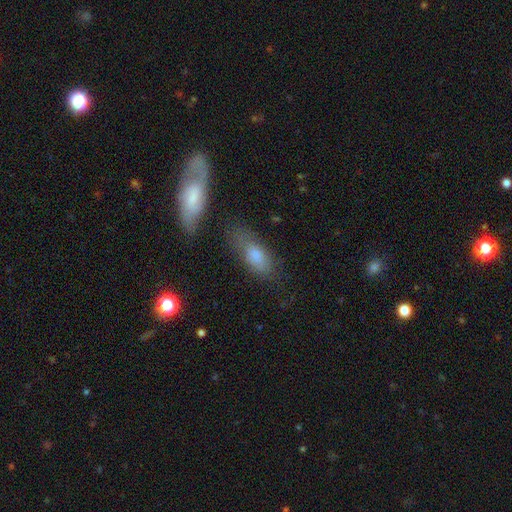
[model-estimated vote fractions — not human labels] A smooth galaxy with no disk features (73%) that is in between round and cigar-shaped (76%). Merging: none (51%).